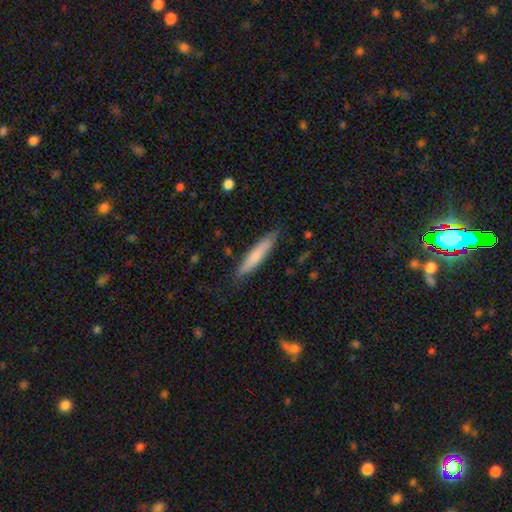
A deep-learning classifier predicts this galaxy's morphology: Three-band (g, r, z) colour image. It shows a smooth galaxy with no disk features (71%) that is cigar-shaped (89%). Merging: none (85%).